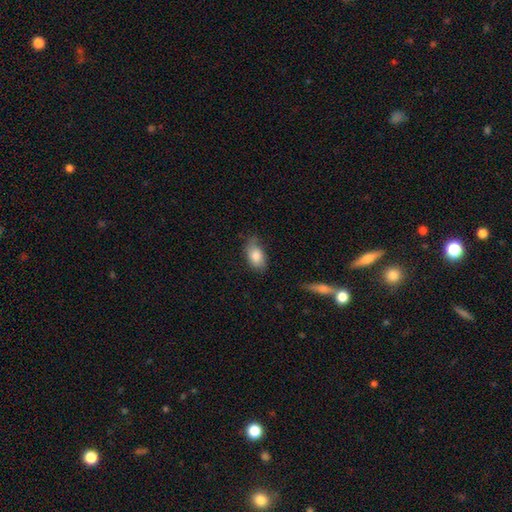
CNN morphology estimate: Smooth or featured: smooth — 82% (featured or disk — 11%)
How rounded: in between — 91% (round — 6%)
Merging: none — 61% (minor disturbance — 30%)